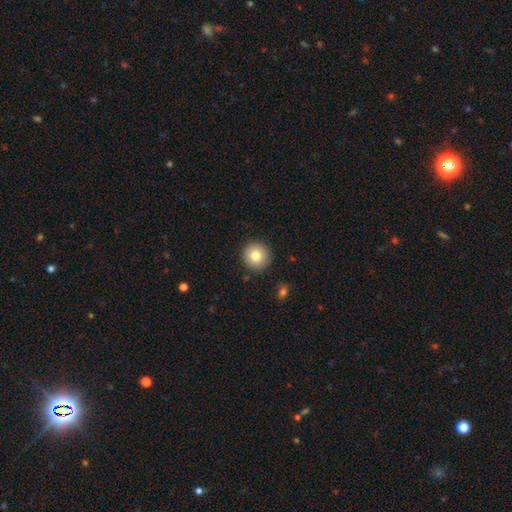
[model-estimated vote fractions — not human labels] smooth 82%, star or artifact 9%, featured or disk 9%. Down the decision tree: how rounded — round (95%); merging — none (90%).